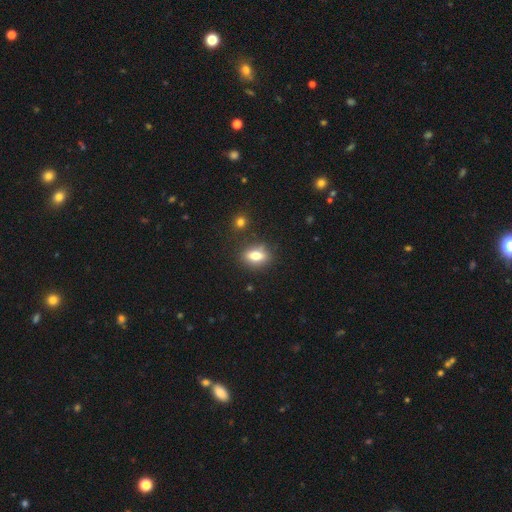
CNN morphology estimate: Smooth or featured: smooth — 73% (featured or disk — 18%)
How rounded: in between — 72% (round — 21%)
Merging: none — 81% (minor disturbance — 12%)